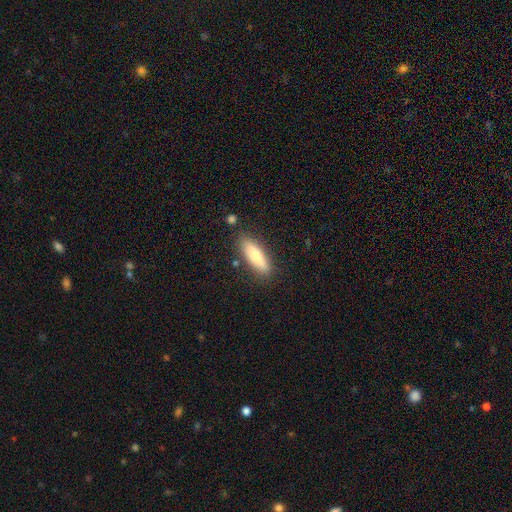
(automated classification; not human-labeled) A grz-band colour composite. It shows a smooth galaxy with no disk features (74%) that is cigar-shaped (56%). Merging: none (82%).